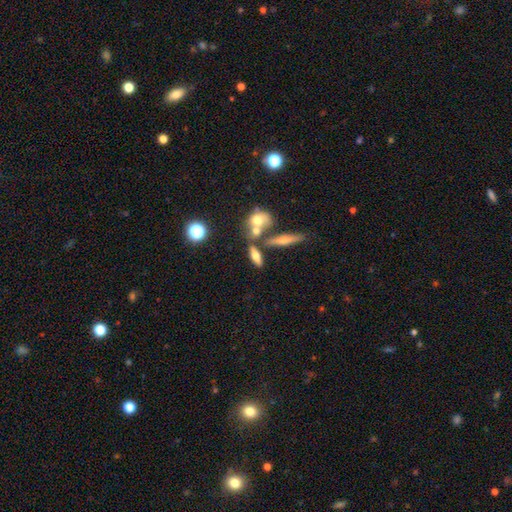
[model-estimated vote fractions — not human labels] smooth-or-featured: smooth: 59% | featured or disk: 29% | star or artifact: 12%
  how-rounded: in between: 52% | cigar-shaped: 38% | round: 10%
  merging: none: 60% | merger: 24% | minor disturbance: 12% | major disturbance: 5%